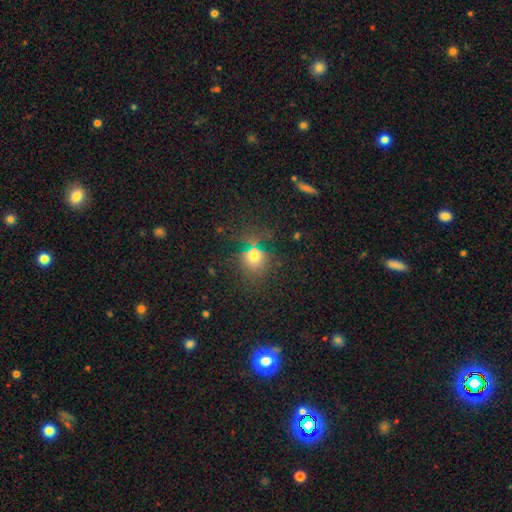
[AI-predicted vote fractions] smooth-or-featured: smooth: 59% | star or artifact: 33% | featured or disk: 9%
  how-rounded: round: 85% | in between: 13% | cigar-shaped: 2%
  merging: none: 77% | minor disturbance: 12% | merger: 6% | major disturbance: 5%